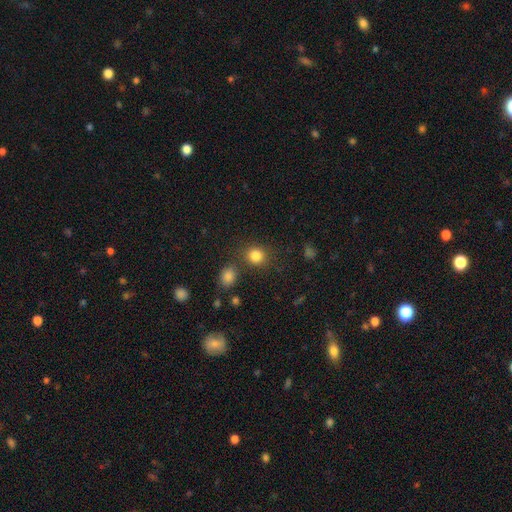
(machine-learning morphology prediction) smooth 83%, star or artifact 12%, featured or disk 5%. Down the decision tree: how rounded — round (83%); merging — none (76%).